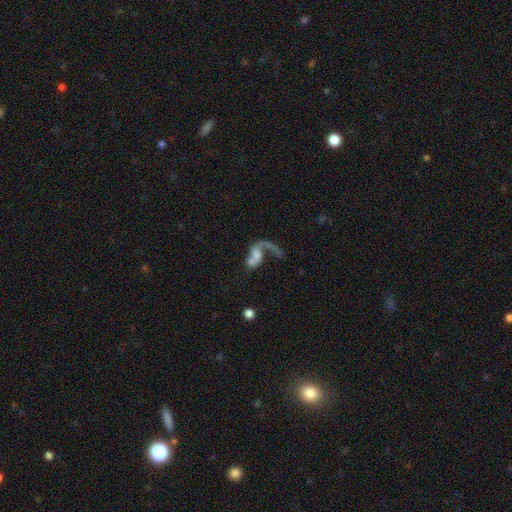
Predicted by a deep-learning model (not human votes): Overall: featured or disk (56%; smooth 33%). Edge-on disk: no (96%). Bar: no (71%). Spiral arms: yes (63%; no 37%). Bulge size: none (28%, tied with moderate). Merging: merger (52%; major disturbance 26%).